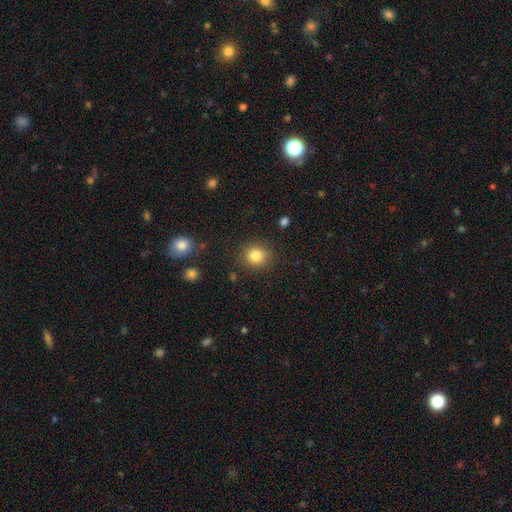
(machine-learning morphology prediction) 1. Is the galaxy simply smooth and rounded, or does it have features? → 84% smooth, 11% star or artifact, 6% featured or disk.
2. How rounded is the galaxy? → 84% round, 15% in between, 1% cigar-shaped.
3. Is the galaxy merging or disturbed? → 88% none, 8% minor disturbance, 3% major disturbance, 2% merger.